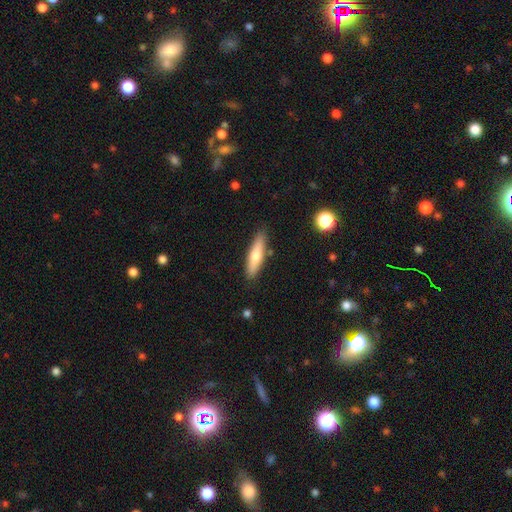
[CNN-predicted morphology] A smooth galaxy with no disk features (65%) that is cigar-shaped (75%). Merging: none (85%).